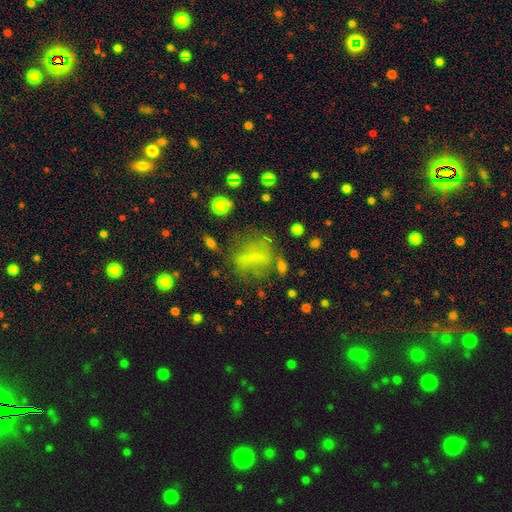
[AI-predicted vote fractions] Smooth or featured?
  - smooth: 49% *
  - featured or disk: 30%
  - star or artifact: 20%
Merging?
  - none: 47% *
  - major disturbance: 24%
  - minor disturbance: 22%
  - merger: 6%